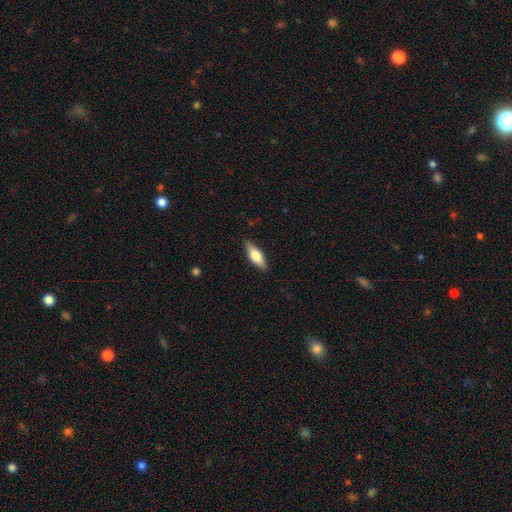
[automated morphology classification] Q: Smooth or featured?
A: smooth (68%); runner-up: featured or disk (26%)
Q: How rounded?
A: in between (61%); runner-up: cigar-shaped (37%)
Q: Merging?
A: none (85%); runner-up: minor disturbance (12%)